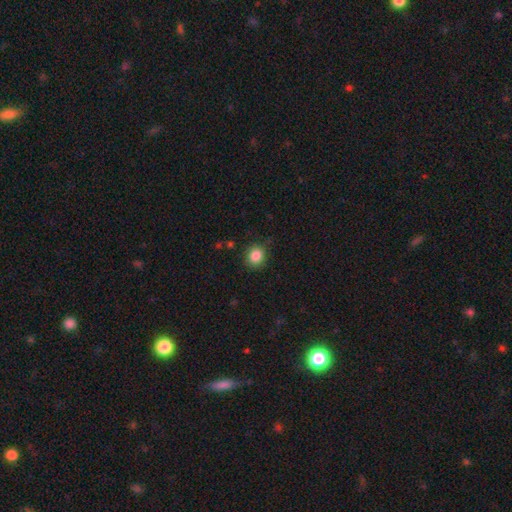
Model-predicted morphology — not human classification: smooth 86%, star or artifact 10%, featured or disk 5%. Down the decision tree: how rounded — round (80%); merging — none (87%).